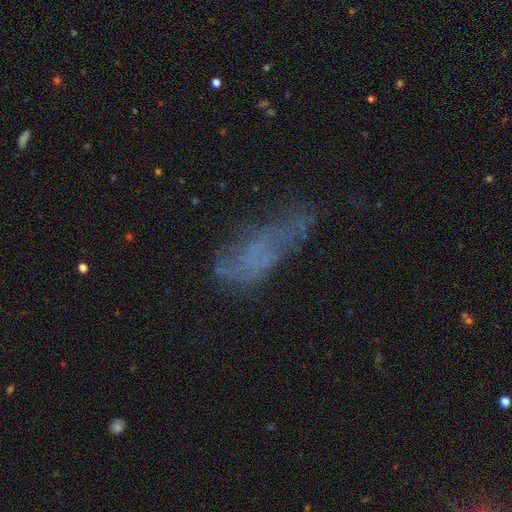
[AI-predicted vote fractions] Q: Smooth or featured?
A: featured or disk (41%); tied with: smooth (41%)
Q: Merging?
A: none (43%); runner-up: minor disturbance (29%)